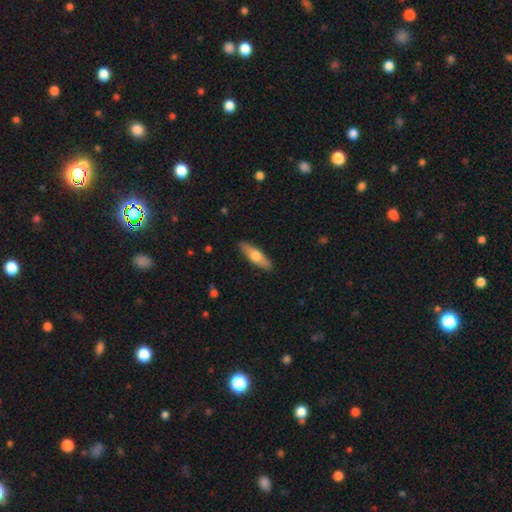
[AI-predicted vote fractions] smooth 62%, featured or disk 33%, star or artifact 5%. Down the decision tree: how rounded — cigar-shaped (58%); merging — none (89%).